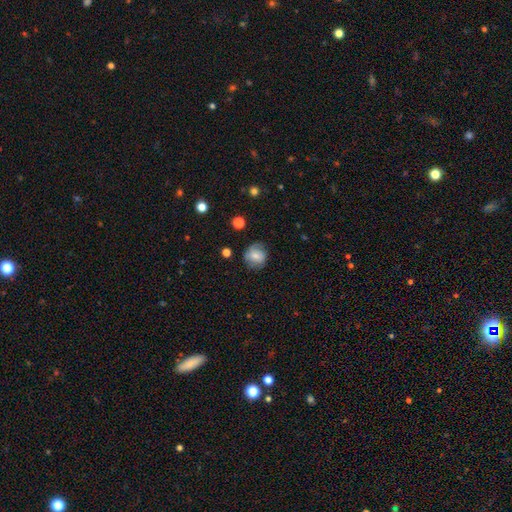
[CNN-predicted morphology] Q: Smooth or featured?
A: smooth (62%); runner-up: featured or disk (29%)
Q: How rounded?
A: round (83%); runner-up: in between (16%)
Q: Merging?
A: none (71%); runner-up: minor disturbance (21%)